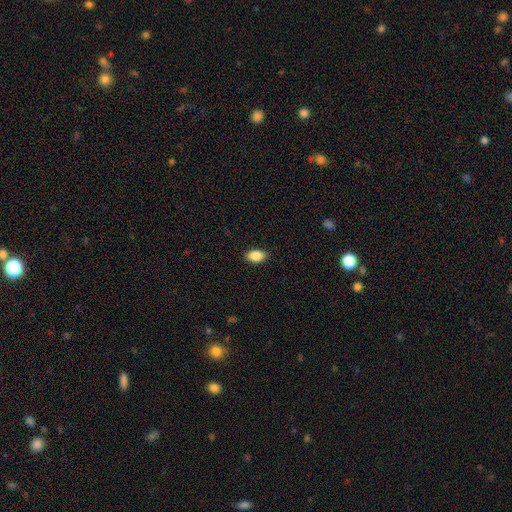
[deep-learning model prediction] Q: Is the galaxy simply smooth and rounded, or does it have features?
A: smooth — 87%.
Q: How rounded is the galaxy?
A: in between — 89%.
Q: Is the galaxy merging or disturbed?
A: none — 86%.